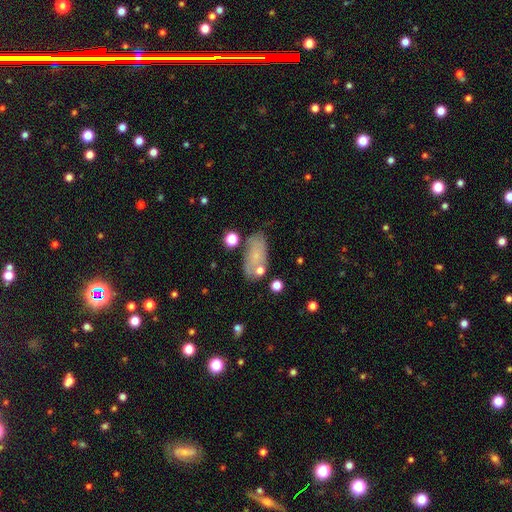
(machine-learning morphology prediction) This is likely a smooth galaxy (63%). How rounded: clearly in between (86%). Merging: likely none (67%).